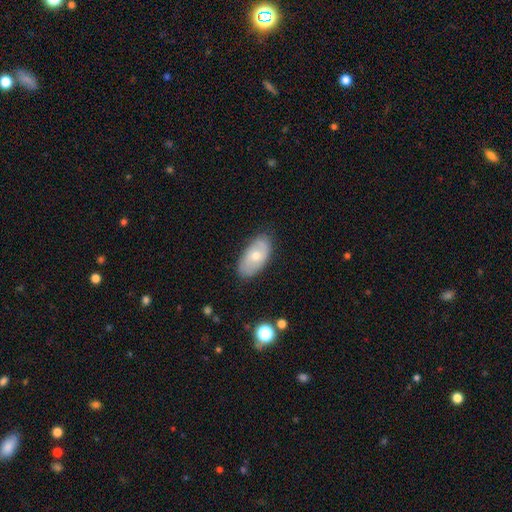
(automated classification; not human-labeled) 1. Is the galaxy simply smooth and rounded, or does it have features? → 55% smooth, 38% featured or disk, 7% star or artifact.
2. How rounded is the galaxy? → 93% in between, 4% round, 3% cigar-shaped.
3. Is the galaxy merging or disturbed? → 78% none, 17% minor disturbance, 4% major disturbance, 1% merger.